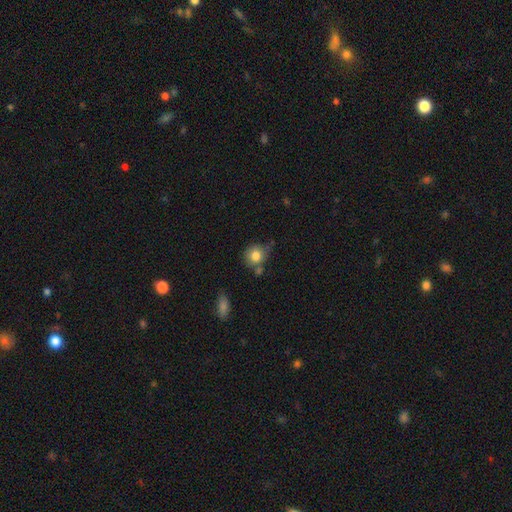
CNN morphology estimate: Smooth or featured? Predicted: smooth (p=0.80). How rounded? Predicted: round (p=0.80). Merging? Predicted: none (p=0.57).